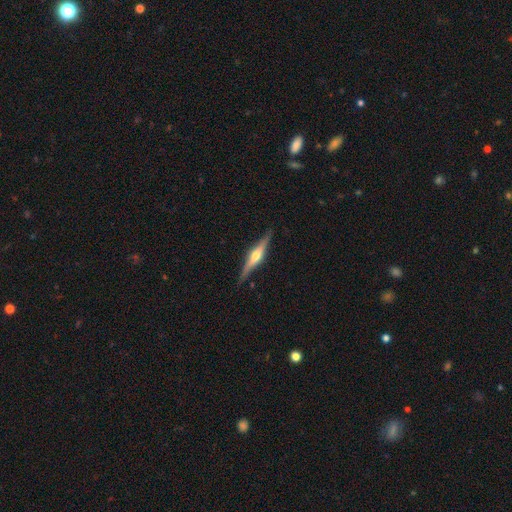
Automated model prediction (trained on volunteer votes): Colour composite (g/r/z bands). It shows a featured or disk galaxy (77%) viewed edge-on (97%) with a rounded central bulge (89%). Merging: none (87%).